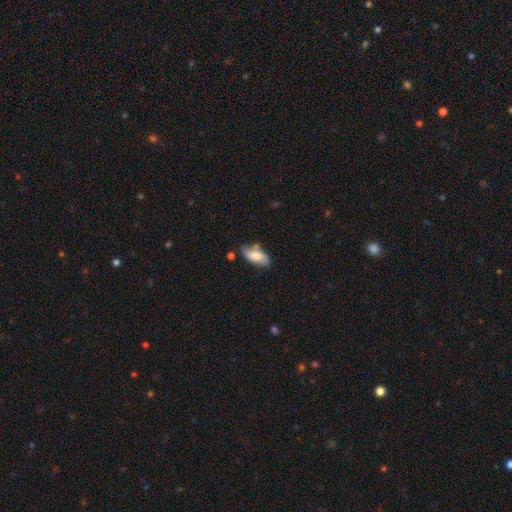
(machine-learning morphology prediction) This is likely a smooth galaxy (73%). How rounded: clearly in between (87%). Merging: likely none (63%).